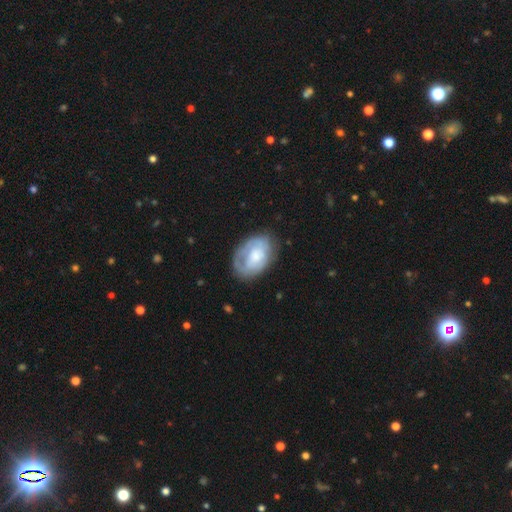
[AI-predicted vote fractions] Overall: featured or disk (51%; smooth 43%). Edge-on disk: no (96%). Merging: none (62%; minor disturbance 25%).